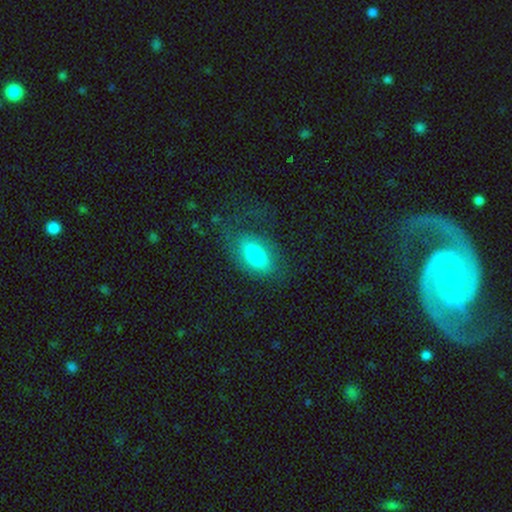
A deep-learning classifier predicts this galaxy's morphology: Smooth or featured?
  - smooth: 67% *
  - featured or disk: 25%
  - star or artifact: 8%
How rounded?
  - in between: 89% *
  - round: 7%
  - cigar-shaped: 3%
Merging?
  - none: 60% *
  - minor disturbance: 20%
  - major disturbance: 18%
  - merger: 2%